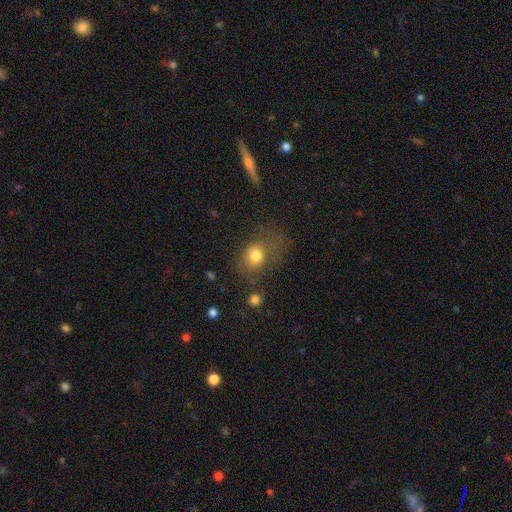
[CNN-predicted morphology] Smooth or featured? smooth (78%)
How rounded? in between (50%)
Merging? none (49%)